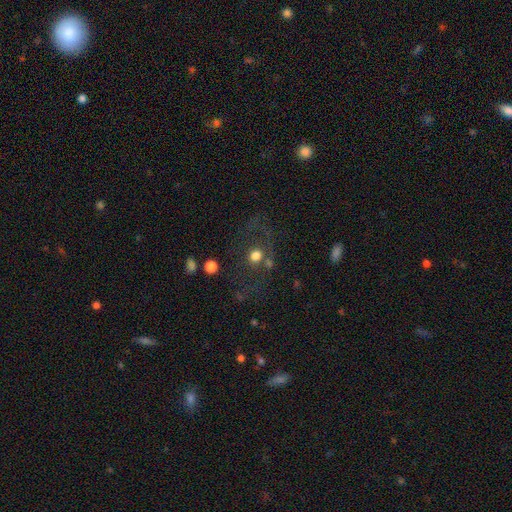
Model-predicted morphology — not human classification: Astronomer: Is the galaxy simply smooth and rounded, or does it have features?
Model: smooth — 66%.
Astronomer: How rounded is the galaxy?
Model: round — 82%.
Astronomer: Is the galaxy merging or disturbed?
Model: none — 57%.